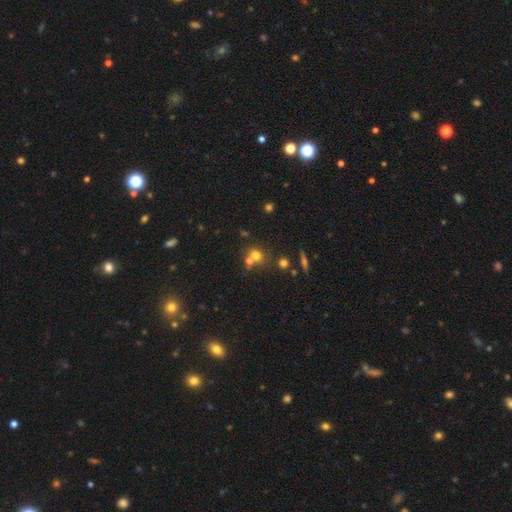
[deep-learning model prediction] A smooth galaxy with no disk features (66%) that is round (69%). Merging: none (46%).